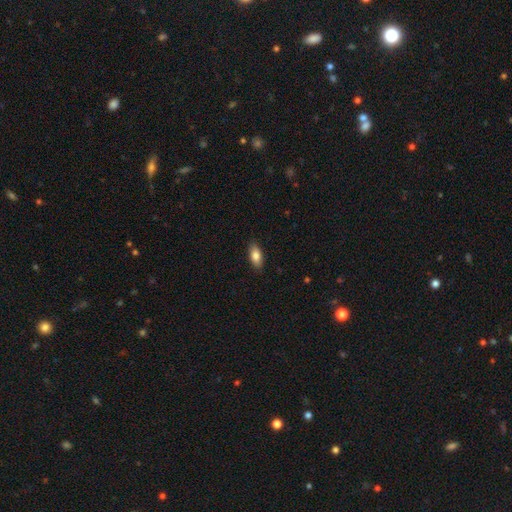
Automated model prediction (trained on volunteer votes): This is clearly a smooth galaxy (84%). How rounded: clearly in between (87%). Merging: clearly none (88%).